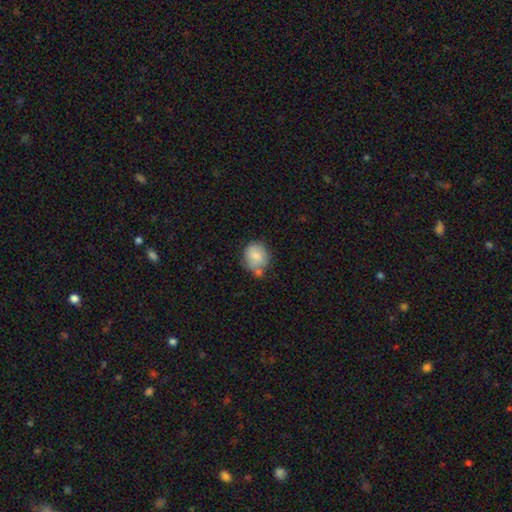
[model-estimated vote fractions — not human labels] A smooth galaxy with no disk features (78%) that is round (69%).

Vote fractions:
- Smooth or featured? smooth: 78% / featured or disk: 14% / star or artifact: 8%
- How rounded? round: 69% / in between: 30% / cigar-shaped: 1%
- Merging? none: 50% / minor disturbance: 25% / merger: 18% / major disturbance: 7%